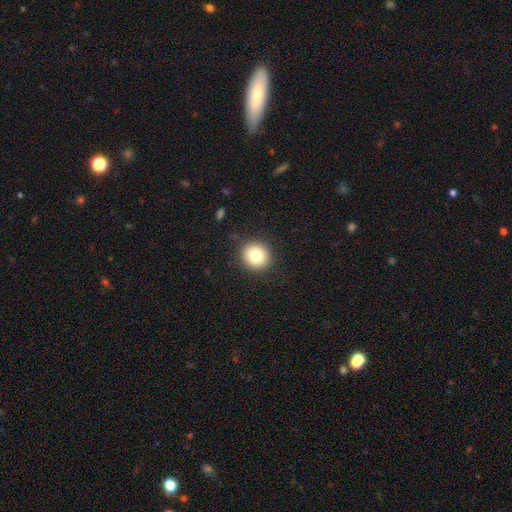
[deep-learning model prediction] smooth 81%, star or artifact 10%, featured or disk 9%. Down the decision tree: how rounded — round (87%); merging — none (90%).